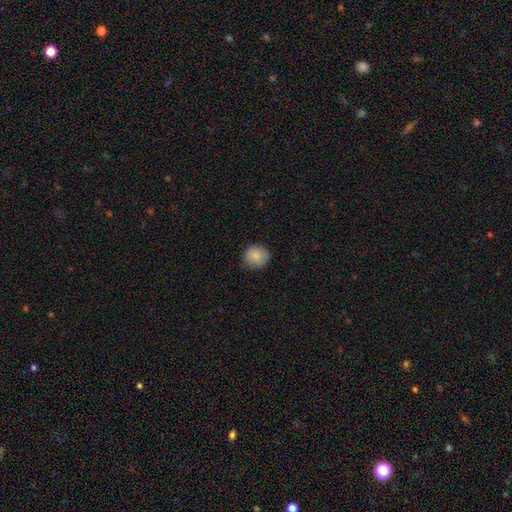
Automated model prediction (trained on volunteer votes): Morphology: type=smooth (85%); roundness=round (84%); merging=none (83%).